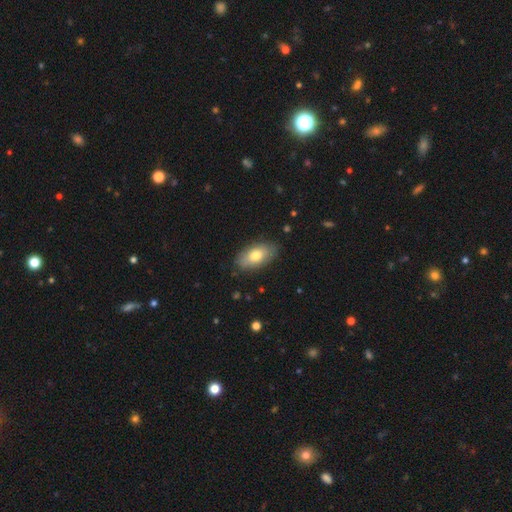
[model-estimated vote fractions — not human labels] This is likely a smooth galaxy (74%). How rounded: clearly in between (91%). Merging: clearly none (83%).